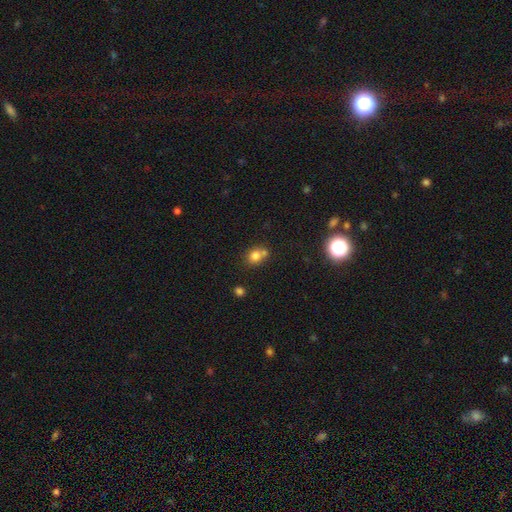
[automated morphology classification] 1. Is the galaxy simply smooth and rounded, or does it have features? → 77% smooth, 12% star or artifact, 10% featured or disk.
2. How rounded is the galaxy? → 73% round, 26% in between, 1% cigar-shaped.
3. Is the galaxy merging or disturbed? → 48% none, 37% merger, 11% minor disturbance, 4% major disturbance.